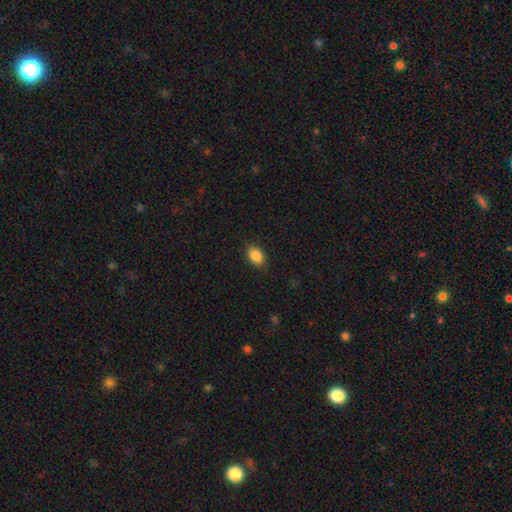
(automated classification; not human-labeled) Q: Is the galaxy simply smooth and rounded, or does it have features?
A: smooth — 87%.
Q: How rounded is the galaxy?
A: in between — 84%.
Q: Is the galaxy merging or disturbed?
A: none — 85%.